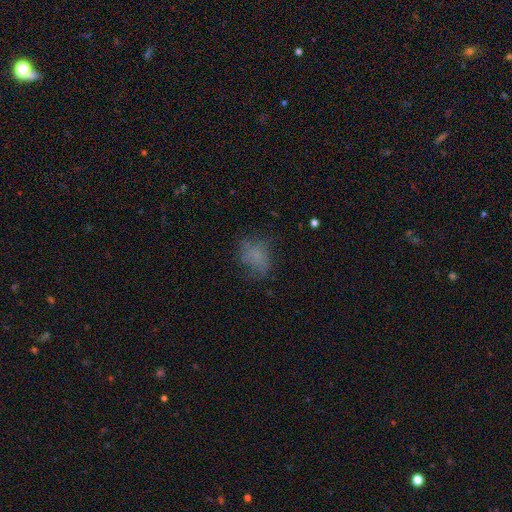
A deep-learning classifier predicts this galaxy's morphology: This is likely a smooth galaxy (65%). How rounded: possibly in between (59%). Merging: possibly none (57%).